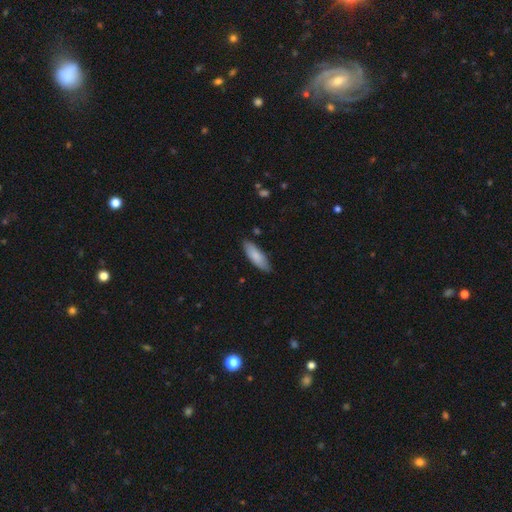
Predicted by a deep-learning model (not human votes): A smooth galaxy with no disk features (83%) that is in between round and cigar-shaped (60%).

Vote fractions:
- Smooth or featured? smooth: 83% / featured or disk: 12% / star or artifact: 5%
- How rounded? in between: 60% / cigar-shaped: 39% / round: 1%
- Merging? none: 83% / minor disturbance: 14% / major disturbance: 2% / merger: 1%